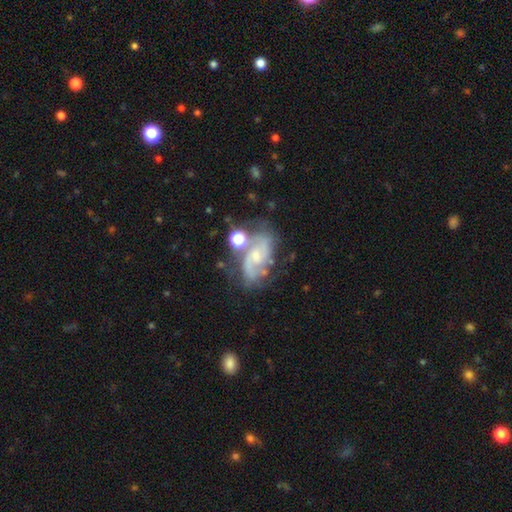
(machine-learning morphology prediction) Smooth or featured: featured or disk — 80% (smooth — 11%)
Edge-on disk: no — 97% (yes — 3%)
Bar: no — 52% (weak — 39%)
Spiral arms: yes — 94% (no — 6%)
Spiral winding: medium — 50% (loose — 26%)
Spiral arm count: 2 — 80% (can't tell — 10%)
Bulge size: small — 58% (moderate — 29%)
Merging: none — 56% (minor disturbance — 20%)